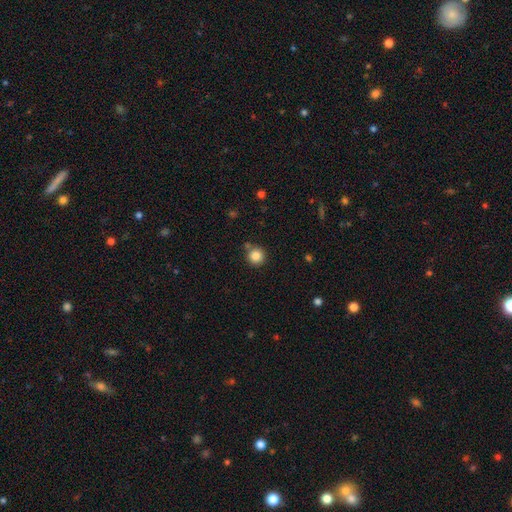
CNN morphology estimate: Q: Smooth or featured?
A: smooth (85%); runner-up: star or artifact (11%)
Q: How rounded?
A: round (94%); runner-up: in between (5%)
Q: Merging?
A: none (79%); runner-up: minor disturbance (10%)